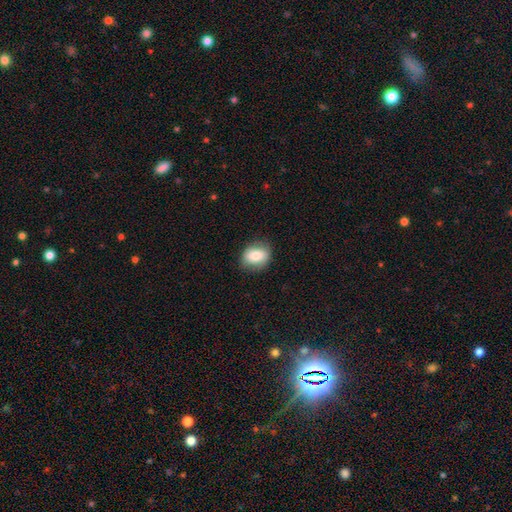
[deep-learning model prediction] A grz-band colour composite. It shows a smooth galaxy with no disk features (77%) that is in between round and cigar-shaped (58%). Merging: none (82%).